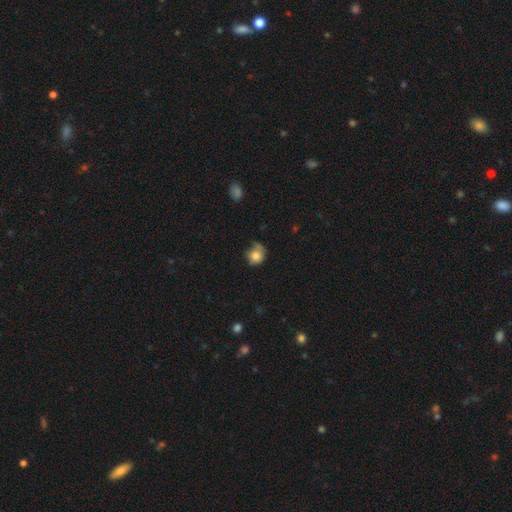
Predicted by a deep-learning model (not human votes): smooth-or-featured: smooth: 78% | featured or disk: 12% | star or artifact: 10%
  how-rounded: round: 74% | in between: 25% | cigar-shaped: 1%
  merging: none: 45% | minor disturbance: 35% | major disturbance: 15% | merger: 5%